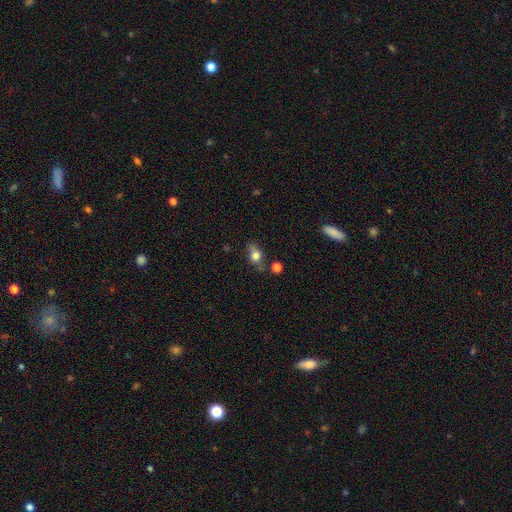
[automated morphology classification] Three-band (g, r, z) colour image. It shows a smooth galaxy with no disk features (66%) that is in between round and cigar-shaped (65%). Merging: none (60%).